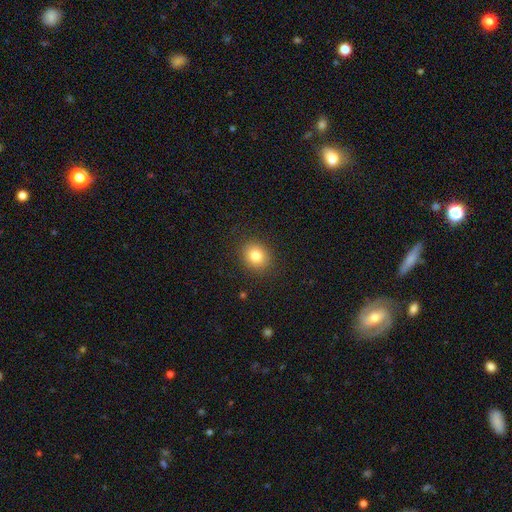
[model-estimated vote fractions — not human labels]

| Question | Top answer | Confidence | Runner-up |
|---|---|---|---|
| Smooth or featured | smooth | 81% | star or artifact (11%) |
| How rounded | round | 76% | in between (24%) |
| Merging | none | 89% | minor disturbance (7%) |